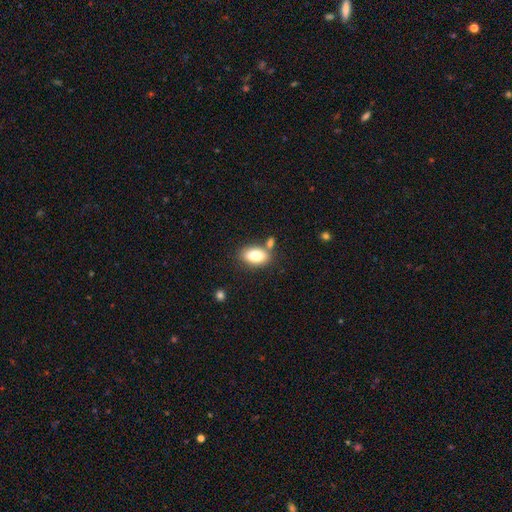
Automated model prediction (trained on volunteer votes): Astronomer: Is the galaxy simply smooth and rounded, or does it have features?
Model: smooth — 83%.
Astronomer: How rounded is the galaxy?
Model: in between — 91%.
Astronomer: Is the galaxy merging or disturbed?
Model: none — 70%.